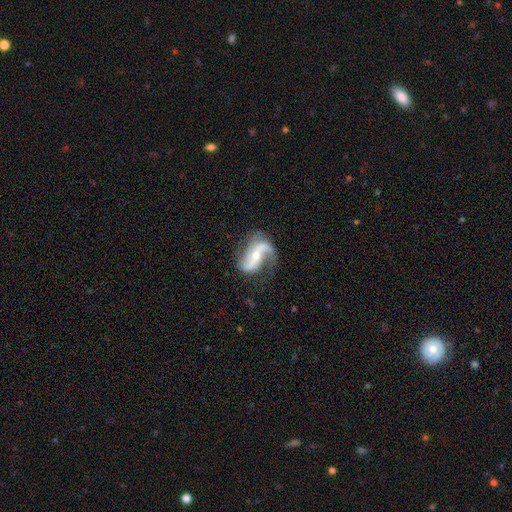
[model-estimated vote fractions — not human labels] The model was most divided on "bulge size": moderate: 49%, small: 46%, large: 2%, none: 1%, dominant: 1%. Remaining: edge-on disk — no (97%); spiral arms — yes (96%); smooth or featured — featured or disk (87%); spiral arm count — 2 (87%); merging — none (65%); spiral winding — loose (65%); bar — no (36%).